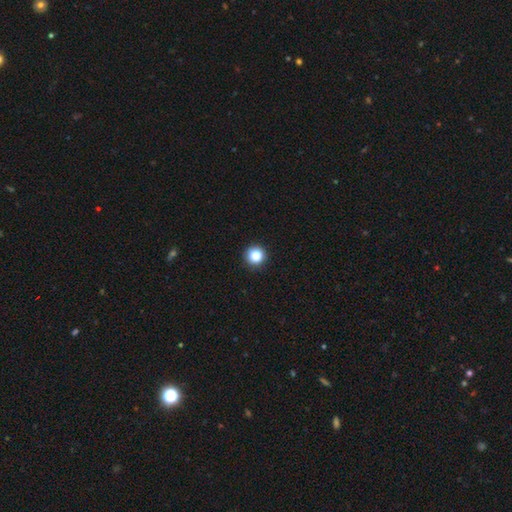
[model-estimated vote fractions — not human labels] Q: Smooth or featured?
A: smooth (86%); runner-up: star or artifact (11%)
Q: How rounded?
A: round (96%); runner-up: in between (3%)
Q: Merging?
A: none (93%); runner-up: minor disturbance (4%)